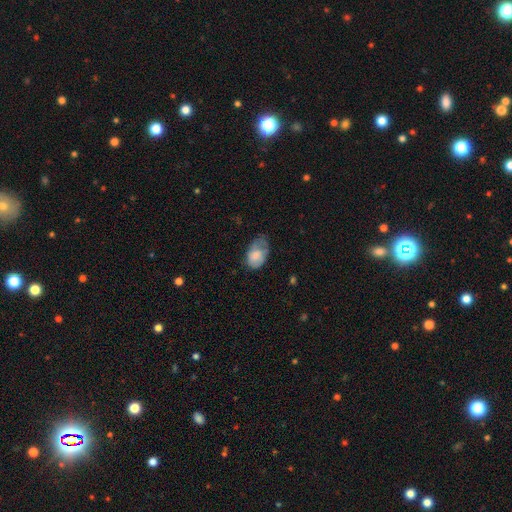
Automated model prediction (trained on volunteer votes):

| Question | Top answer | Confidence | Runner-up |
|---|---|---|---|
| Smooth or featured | smooth | 69% | featured or disk (23%) |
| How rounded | in between | 89% | round (10%) |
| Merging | minor disturbance | 40% | none (32%) |